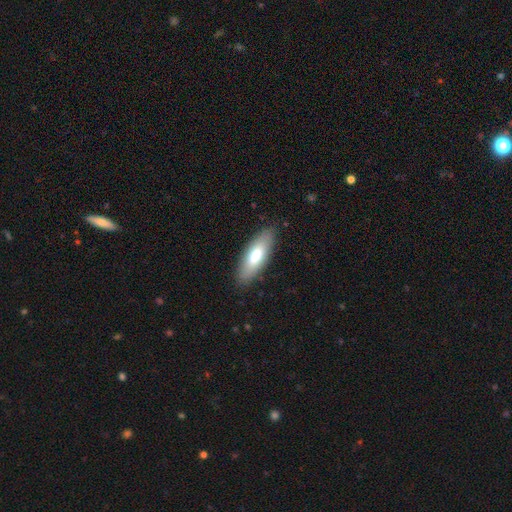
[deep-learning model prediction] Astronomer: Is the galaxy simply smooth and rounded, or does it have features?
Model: smooth — 76%.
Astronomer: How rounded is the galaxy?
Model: in between — 64%.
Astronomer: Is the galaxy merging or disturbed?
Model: none — 86%.